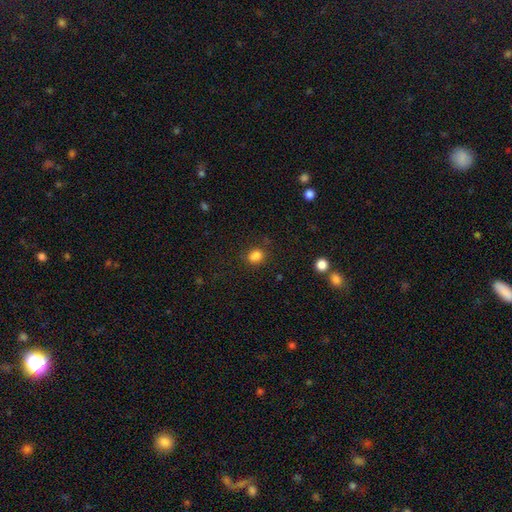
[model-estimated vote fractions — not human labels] This is clearly a smooth galaxy (83%). How rounded: possibly round (52%). Merging: likely none (75%).